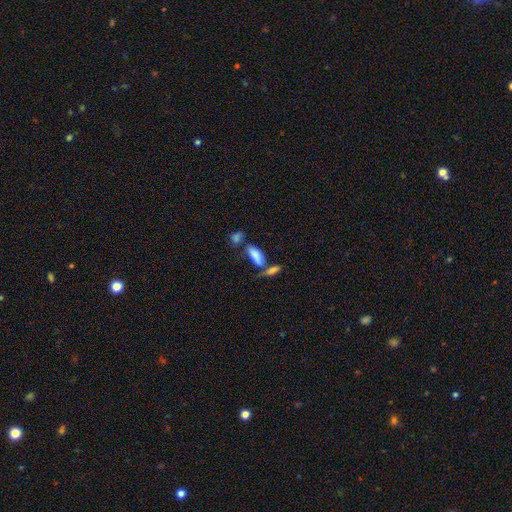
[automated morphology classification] A smooth galaxy with no disk features (79%) that is in between round and cigar-shaped (78%).

Vote fractions:
- Smooth or featured? smooth: 79% / featured or disk: 12% / star or artifact: 9%
- How rounded? in between: 78% / cigar-shaped: 19% / round: 2%
- Merging? merger: 41% / none: 38% / minor disturbance: 14% / major disturbance: 7%